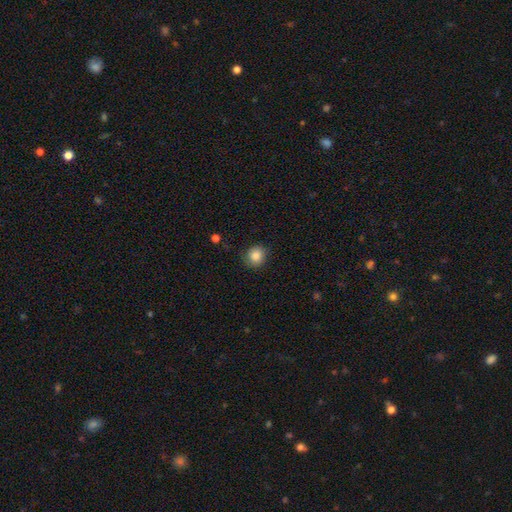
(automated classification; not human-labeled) smooth-or-featured: smooth: 85% | star or artifact: 9% | featured or disk: 5%
  how-rounded: round: 83% | in between: 16% | cigar-shaped: 1%
  merging: none: 82% | minor disturbance: 14% | major disturbance: 3% | merger: 1%